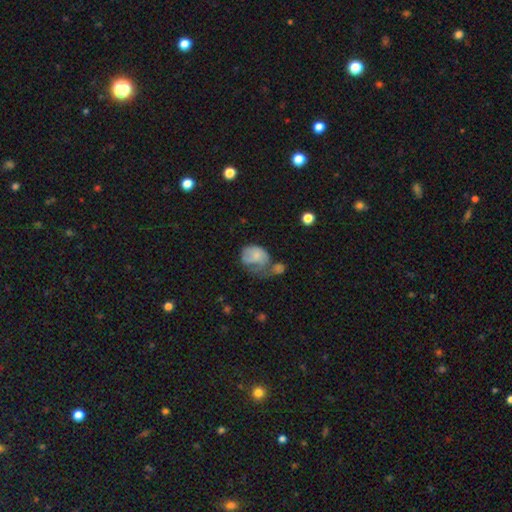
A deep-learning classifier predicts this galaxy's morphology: A smooth galaxy with no disk features (59%) that is in between round and cigar-shaped (56%). Merging: major disturbance (37%).